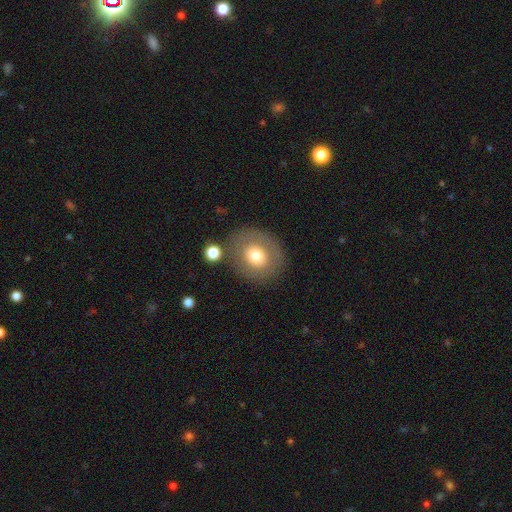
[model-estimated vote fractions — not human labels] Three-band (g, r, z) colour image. It shows a smooth galaxy with no disk features (66%) that is round (76%). Merging: none (78%).